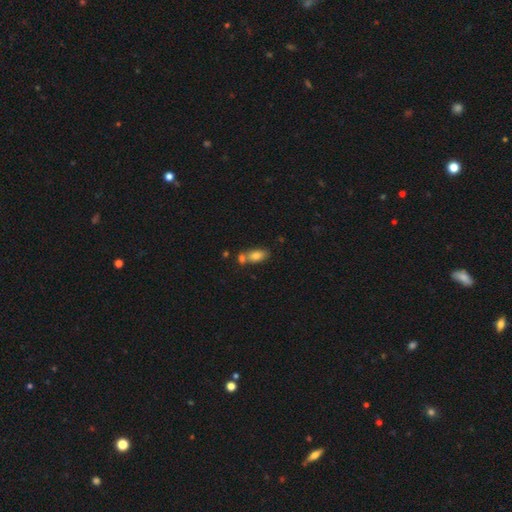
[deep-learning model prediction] A smooth galaxy with no disk features (79%) that is in between round and cigar-shaped (88%).

Vote fractions:
- Smooth or featured? smooth: 79% / featured or disk: 12% / star or artifact: 9%
- How rounded? in between: 88% / cigar-shaped: 6% / round: 6%
- Merging? none: 47% / merger: 38% / minor disturbance: 12% / major disturbance: 4%